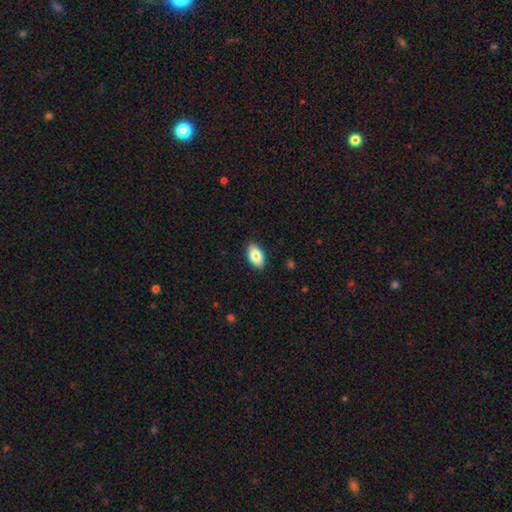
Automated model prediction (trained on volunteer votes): This is clearly a smooth galaxy (82%). How rounded: clearly in between (92%). Merging: clearly none (89%).